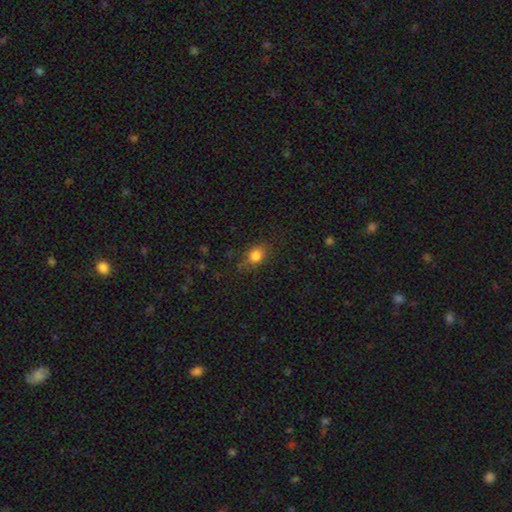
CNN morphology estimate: Overall: smooth (82%). How rounded: in between (50%; round 48%). Merging: none (71%).